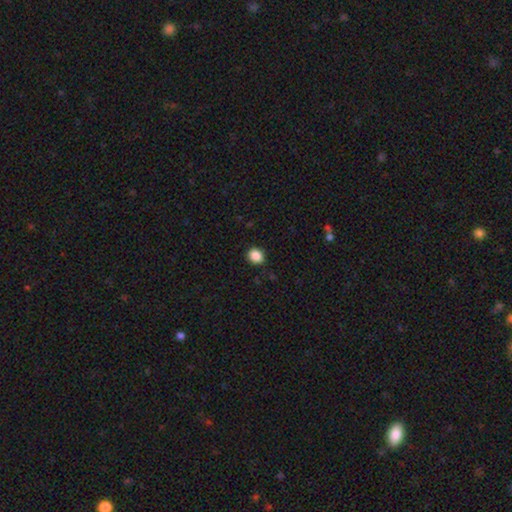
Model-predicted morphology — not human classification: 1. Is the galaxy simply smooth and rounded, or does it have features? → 88% smooth, 9% star or artifact, 3% featured or disk.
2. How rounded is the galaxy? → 67% round, 32% in between, 1% cigar-shaped.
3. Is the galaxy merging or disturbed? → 88% none, 9% minor disturbance, 2% major disturbance, 1% merger.